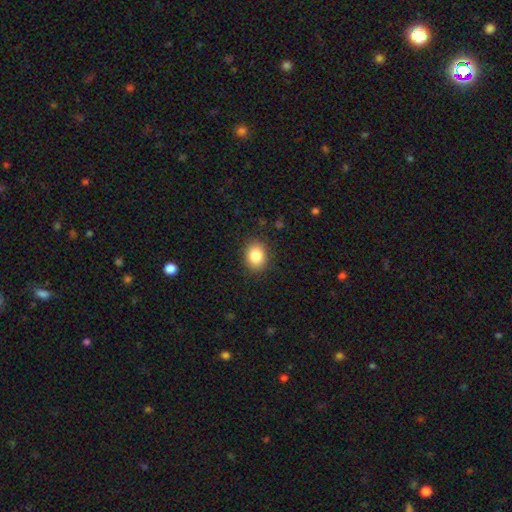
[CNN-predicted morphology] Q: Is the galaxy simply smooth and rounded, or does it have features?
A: smooth — 85%.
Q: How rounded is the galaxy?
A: in between — 52%.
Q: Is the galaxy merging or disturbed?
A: none — 88%.